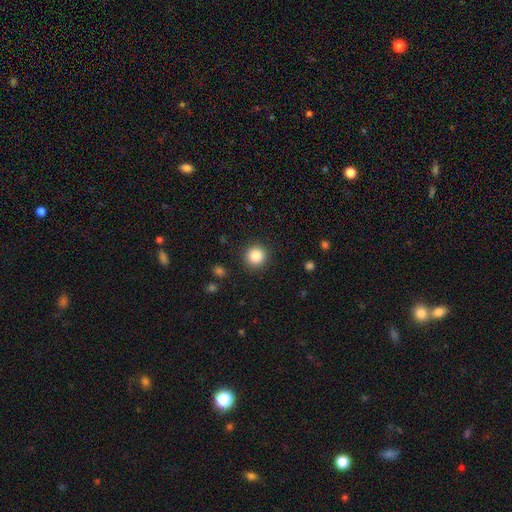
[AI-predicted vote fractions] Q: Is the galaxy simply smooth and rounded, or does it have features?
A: smooth — 85%.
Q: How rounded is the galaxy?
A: round — 94%.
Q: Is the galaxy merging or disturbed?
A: none — 91%.